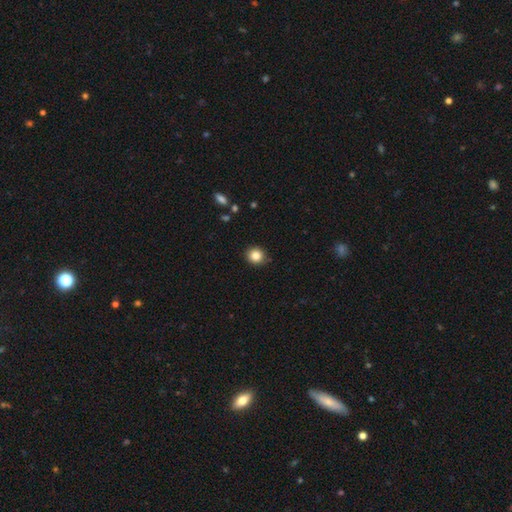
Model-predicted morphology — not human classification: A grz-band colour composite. It shows a smooth galaxy with no disk features (84%) that is round (90%). Merging: none (88%).